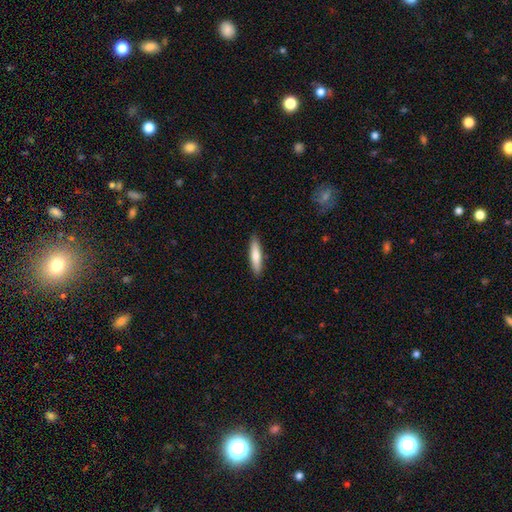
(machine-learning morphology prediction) Smooth or featured?
  - smooth: 75% *
  - featured or disk: 20%
  - star or artifact: 5%
How rounded?
  - cigar-shaped: 80% *
  - in between: 19%
  - round: 1%
Merging?
  - none: 90% *
  - minor disturbance: 7%
  - major disturbance: 2%
  - merger: 1%